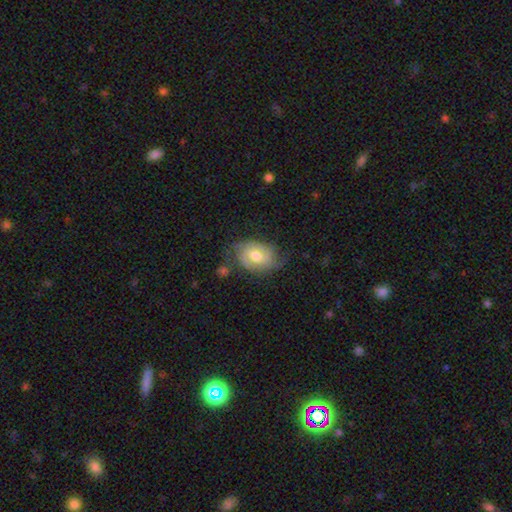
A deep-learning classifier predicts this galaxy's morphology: This appears to be a featured or disk galaxy (57%) with no bar (52%), spiral arms (83%) and a moderate central bulge (74%). Merging: none (60%).